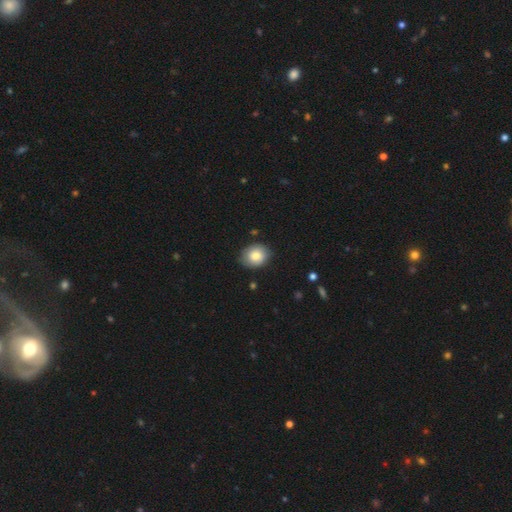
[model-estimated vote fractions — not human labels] The model was most divided on "how rounded": round: 52%, in between: 47%, cigar-shaped: 1%. More confident: merging — none (81%); smooth or featured — smooth (80%).